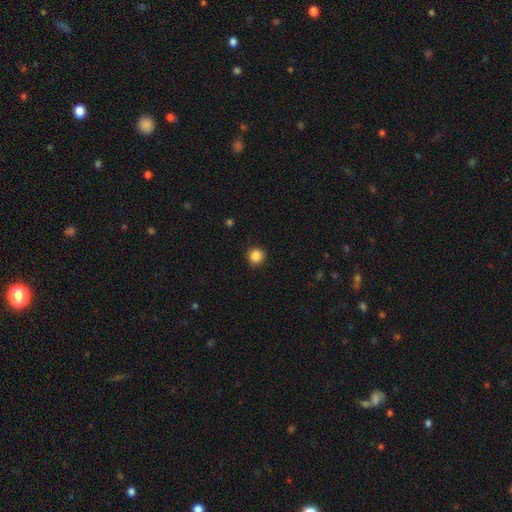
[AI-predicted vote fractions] A smooth galaxy with no disk features (86%) that is round (91%).

Vote fractions:
- Smooth or featured? smooth: 86% / star or artifact: 11% / featured or disk: 3%
- How rounded? round: 91% / in between: 8% / cigar-shaped: 1%
- Merging? none: 87% / minor disturbance: 10% / major disturbance: 2% / merger: 1%